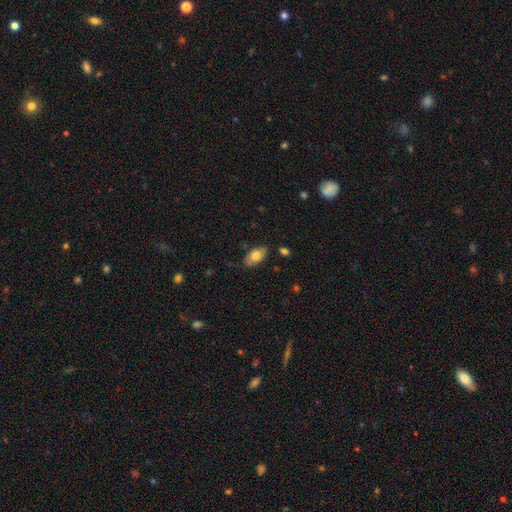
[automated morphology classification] smooth 72%, featured or disk 21%, star or artifact 7%. Down the decision tree: how rounded — in between (93%); merging — none (80%).